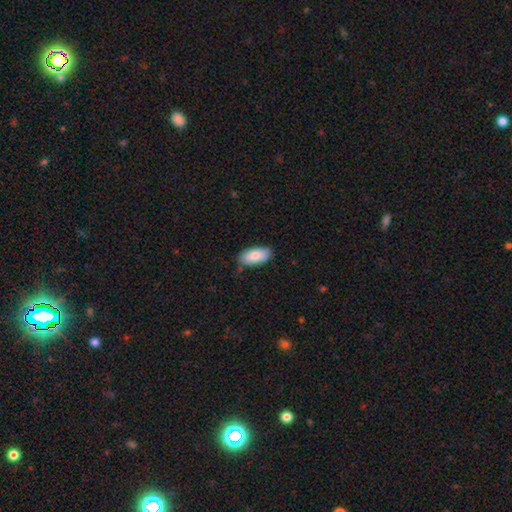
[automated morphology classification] Q: Smooth or featured?
A: smooth (84%); runner-up: featured or disk (10%)
Q: How rounded?
A: in between (92%); runner-up: cigar-shaped (6%)
Q: Merging?
A: none (80%); runner-up: minor disturbance (16%)